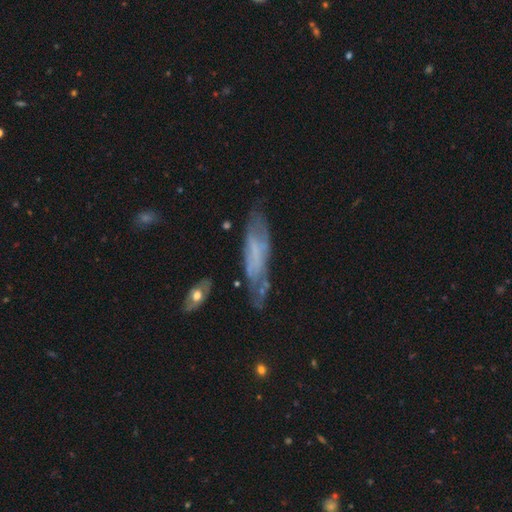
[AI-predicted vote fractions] The model was most divided on "edge-on disk": no: 59%, yes: 41%. More confident: merging — none (57%); smooth or featured — featured or disk (55%).